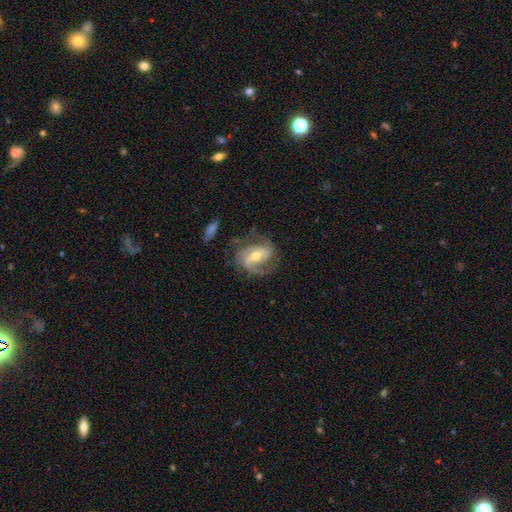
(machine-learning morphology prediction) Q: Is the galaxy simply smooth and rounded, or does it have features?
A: featured or disk — 87%.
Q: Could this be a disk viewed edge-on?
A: no — 97%.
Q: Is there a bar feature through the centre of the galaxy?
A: weak — 43%.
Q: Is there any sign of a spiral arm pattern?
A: yes — 96%.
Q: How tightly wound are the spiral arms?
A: medium — 48%.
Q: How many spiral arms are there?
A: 2 — 62%.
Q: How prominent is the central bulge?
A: moderate — 66%.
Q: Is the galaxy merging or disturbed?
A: none — 64%.